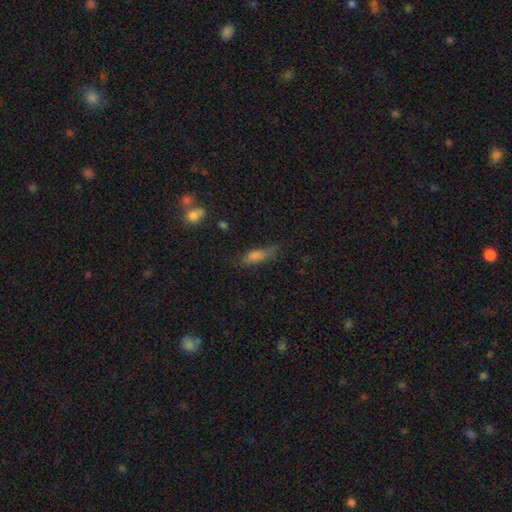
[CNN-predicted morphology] smooth-or-featured: smooth: 67% | featured or disk: 21% | star or artifact: 12%
  how-rounded: cigar-shaped: 59% | in between: 38% | round: 3%
  merging: none: 61% | minor disturbance: 26% | major disturbance: 10% | merger: 4%